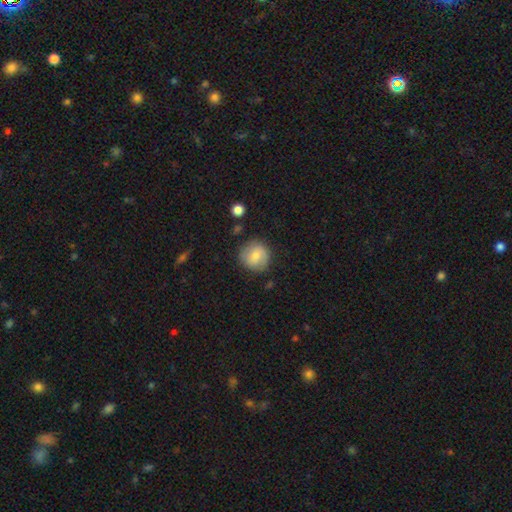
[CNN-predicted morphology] A smooth galaxy with no disk features (75%) that is round (91%).

Vote fractions:
- Smooth or featured? smooth: 75% / featured or disk: 18% / star or artifact: 8%
- How rounded? round: 91% / in between: 8% / cigar-shaped: 1%
- Merging? none: 81% / minor disturbance: 13% / major disturbance: 4% / merger: 2%